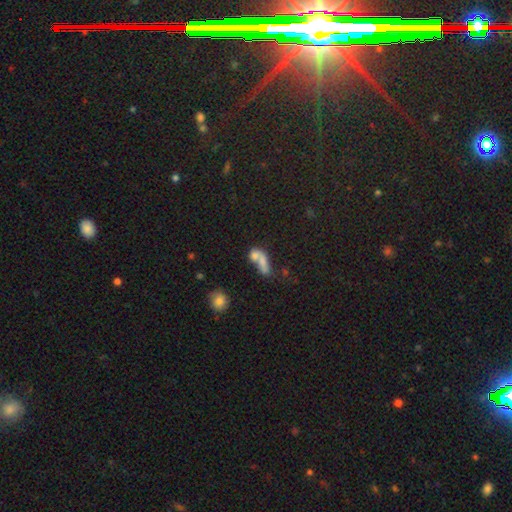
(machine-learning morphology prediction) A smooth galaxy with no disk features (66%) that is in between round and cigar-shaped (61%).

Vote fractions:
- Smooth or featured? smooth: 66% / featured or disk: 20% / star or artifact: 14%
- How rounded? in between: 61% / cigar-shaped: 20% / round: 18%
- Merging? merger: 56% / none: 22% / major disturbance: 12% / minor disturbance: 10%